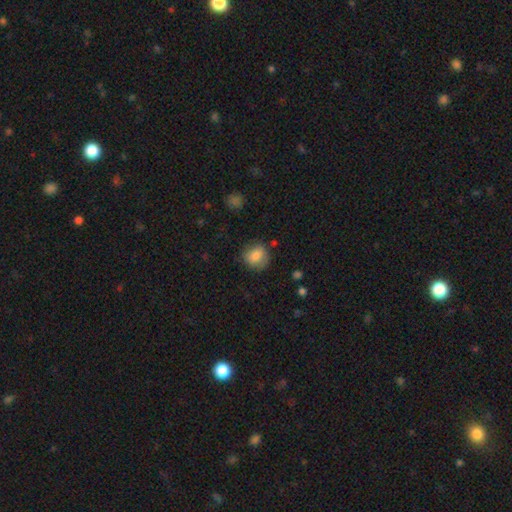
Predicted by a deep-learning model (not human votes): Q: Smooth or featured?
A: smooth (80%); runner-up: featured or disk (12%)
Q: How rounded?
A: round (82%); runner-up: in between (17%)
Q: Merging?
A: none (76%); runner-up: minor disturbance (18%)